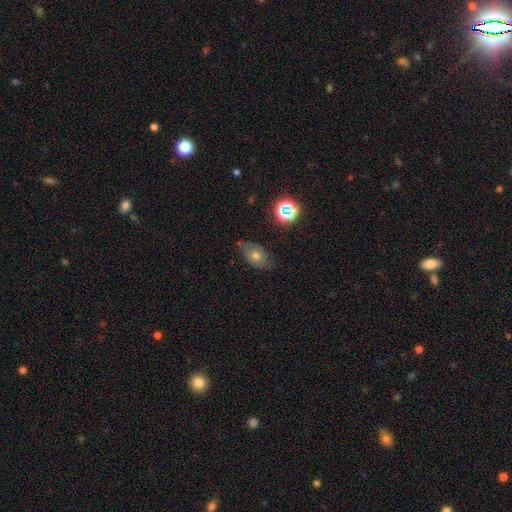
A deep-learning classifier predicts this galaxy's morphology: Smooth or featured? Predicted: smooth (p=0.59). How rounded? Predicted: in between (p=0.82). Merging? Predicted: none (p=0.69).